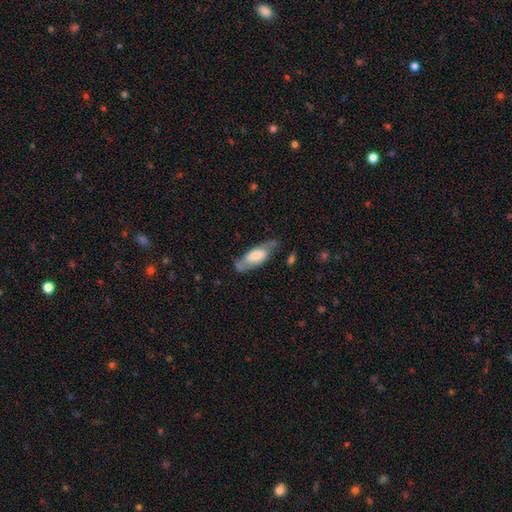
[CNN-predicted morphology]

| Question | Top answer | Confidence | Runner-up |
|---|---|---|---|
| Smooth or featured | featured or disk | 50% | smooth (44%) |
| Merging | none | 57% | minor disturbance (26%) |